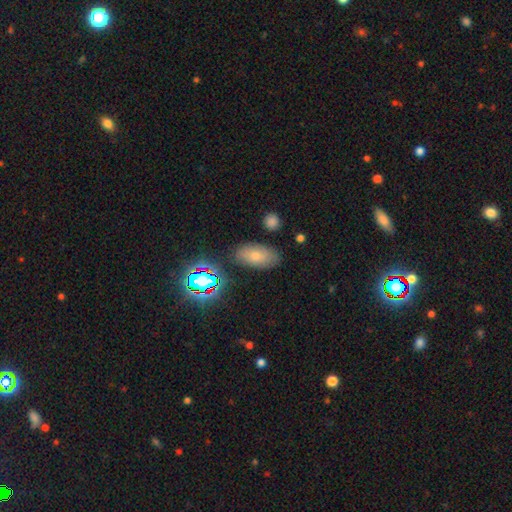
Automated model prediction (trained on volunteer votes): Smooth or featured: smooth — 71% (featured or disk — 16%)
How rounded: in between — 91% (round — 5%)
Merging: none — 79% (minor disturbance — 14%)